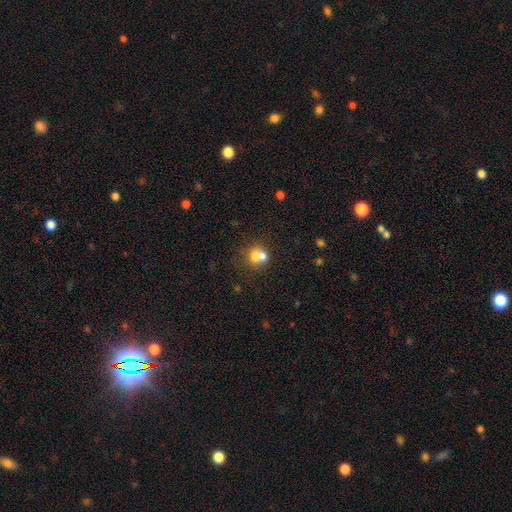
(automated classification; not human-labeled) Smooth or featured: smooth — 67% (featured or disk — 21%)
How rounded: round — 77% (in between — 22%)
Merging: merger — 56% (none — 33%)